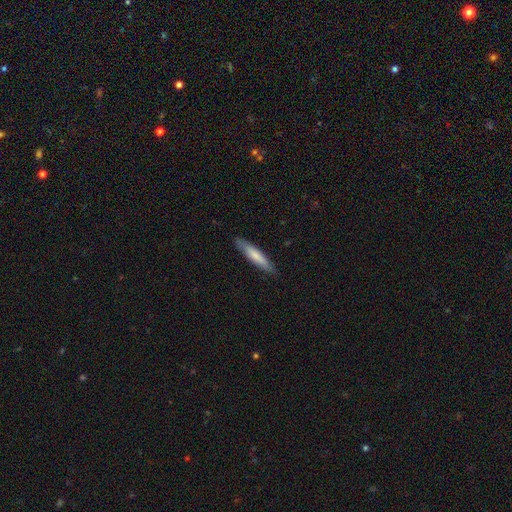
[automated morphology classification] smooth 73%, featured or disk 22%, star or artifact 5%. Down the decision tree: how rounded — cigar-shaped (86%); merging — none (87%).